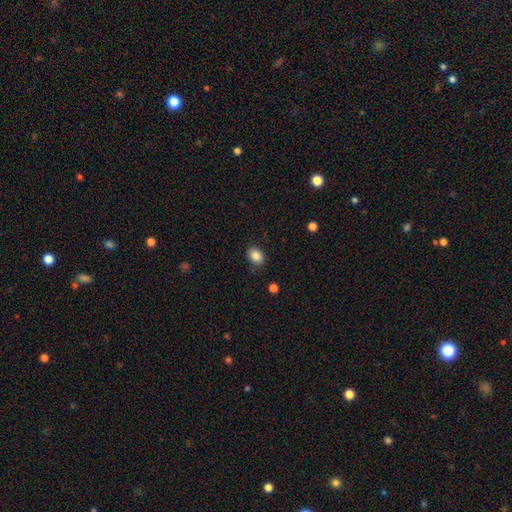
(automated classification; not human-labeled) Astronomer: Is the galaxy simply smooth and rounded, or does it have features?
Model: smooth — 87%.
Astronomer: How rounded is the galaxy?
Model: in between — 75%.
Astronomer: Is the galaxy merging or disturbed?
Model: none — 85%.